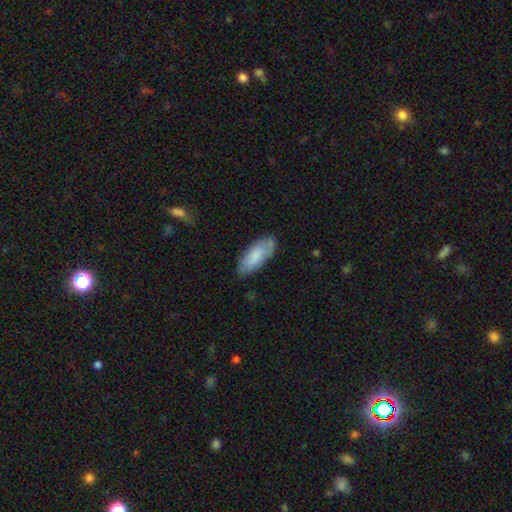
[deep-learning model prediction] A smooth galaxy with no disk features (80%) that is in between round and cigar-shaped (77%).

Vote fractions:
- Smooth or featured? smooth: 80% / featured or disk: 14% / star or artifact: 6%
- How rounded? in between: 77% / cigar-shaped: 21% / round: 2%
- Merging? none: 75% / minor disturbance: 19% / major disturbance: 4% / merger: 2%